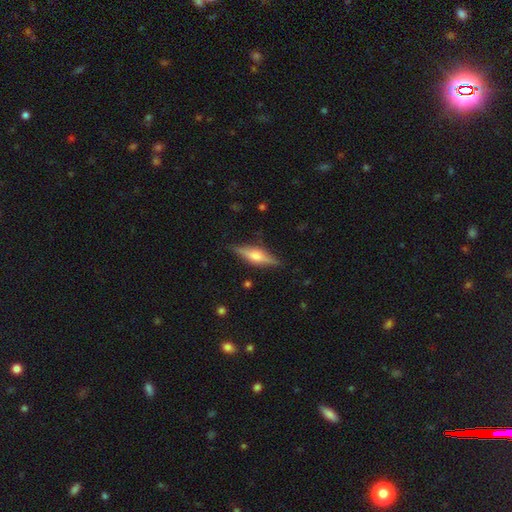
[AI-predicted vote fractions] Smooth or featured?
  - featured or disk: 65% *
  - smooth: 28%
  - star or artifact: 7%
Edge-on disk?
  - yes: 96% *
  - no: 4%
Edge-on bulge?
  - rounded: 84% *
  - boxy: 13%
  - none: 4%
Merging?
  - none: 86% *
  - minor disturbance: 10%
  - major disturbance: 2%
  - merger: 1%